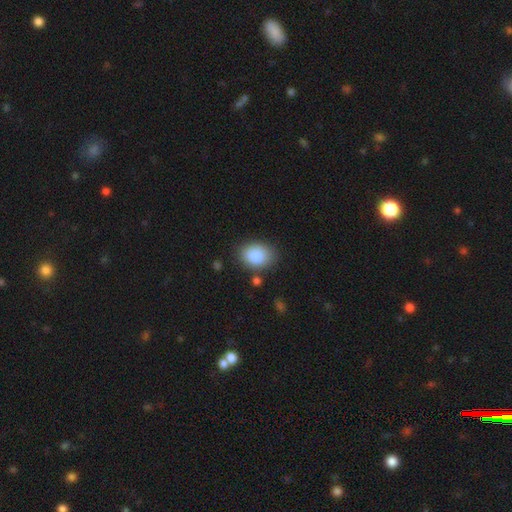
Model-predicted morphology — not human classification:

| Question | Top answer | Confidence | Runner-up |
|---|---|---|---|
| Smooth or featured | smooth | 88% | star or artifact (7%) |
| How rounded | in between | 67% | round (32%) |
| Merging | none | 79% | minor disturbance (13%) |